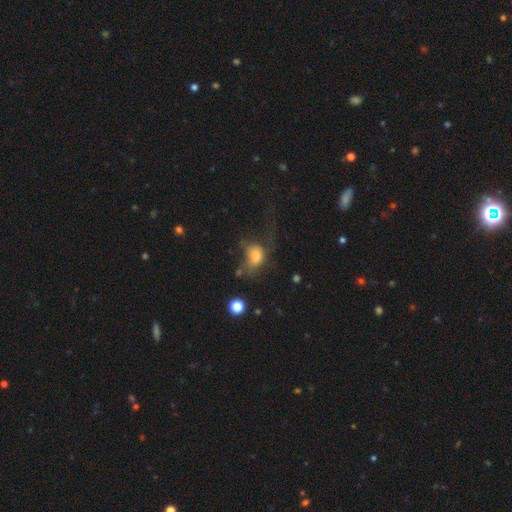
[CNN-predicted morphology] smooth-or-featured: smooth: 66% | featured or disk: 21% | star or artifact: 13%
  how-rounded: in between: 68% | round: 30% | cigar-shaped: 2%
  merging: major disturbance: 48% | none: 25% | minor disturbance: 20% | merger: 6%